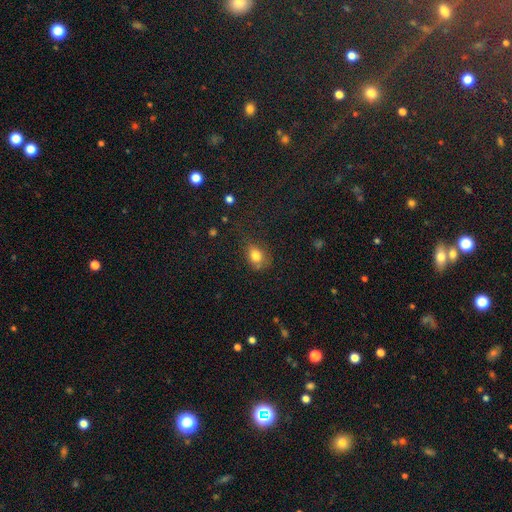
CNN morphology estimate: Q: Smooth or featured?
A: smooth (80%); runner-up: star or artifact (12%)
Q: How rounded?
A: in between (59%); runner-up: round (39%)
Q: Merging?
A: none (60%); runner-up: minor disturbance (26%)